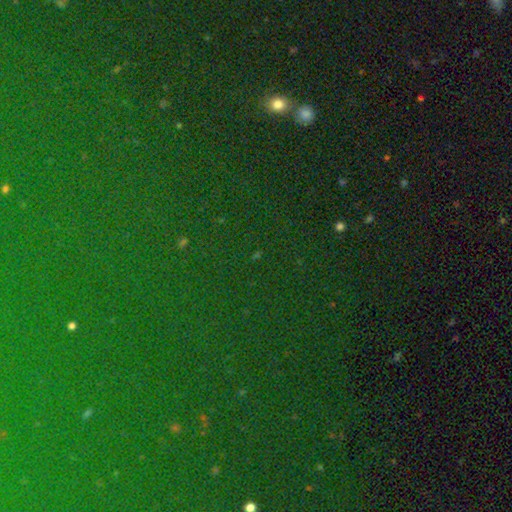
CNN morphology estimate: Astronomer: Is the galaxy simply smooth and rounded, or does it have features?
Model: star or artifact — 81%.